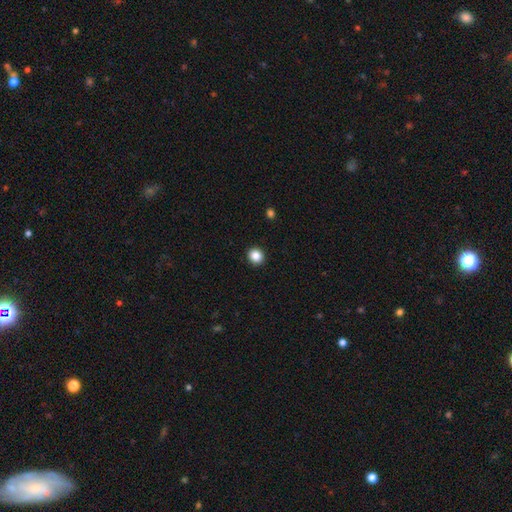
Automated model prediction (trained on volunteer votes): Overall: smooth (86%). How rounded: round (89%). Merging: none (93%).